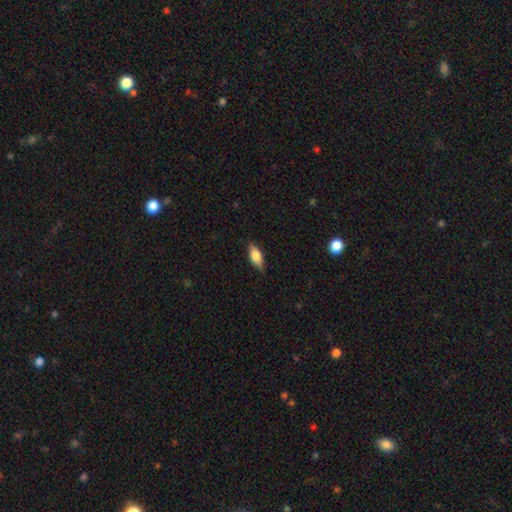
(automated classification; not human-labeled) A smooth galaxy with no disk features (70%) that is in between round and cigar-shaped (79%).

Vote fractions:
- Smooth or featured? smooth: 70% / featured or disk: 23% / star or artifact: 7%
- How rounded? in between: 79% / cigar-shaped: 17% / round: 4%
- Merging? none: 81% / minor disturbance: 16% / major disturbance: 3% / merger: 1%